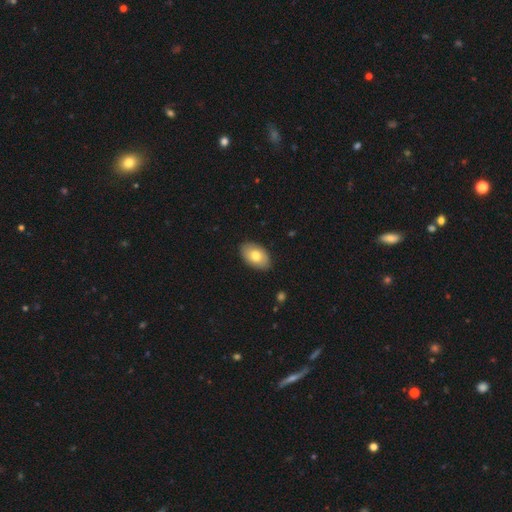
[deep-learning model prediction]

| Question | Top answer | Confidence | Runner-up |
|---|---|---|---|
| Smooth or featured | smooth | 76% | featured or disk (18%) |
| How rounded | in between | 92% | round (7%) |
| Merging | none | 87% | minor disturbance (10%) |